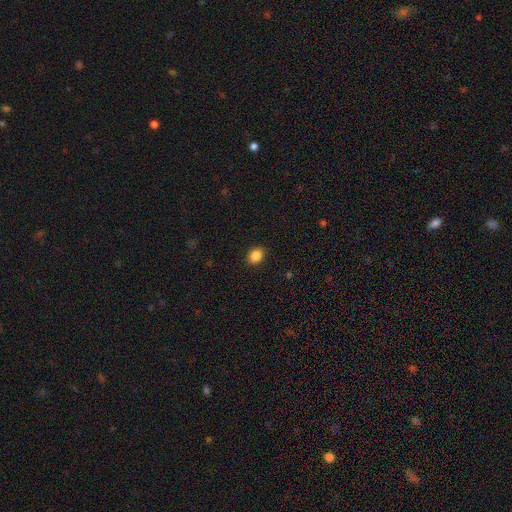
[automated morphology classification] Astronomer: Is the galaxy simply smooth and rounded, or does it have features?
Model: smooth — 86%.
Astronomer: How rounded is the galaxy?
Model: in between — 59% (runner-up: round, 40%).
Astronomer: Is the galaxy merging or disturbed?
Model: none — 90%.